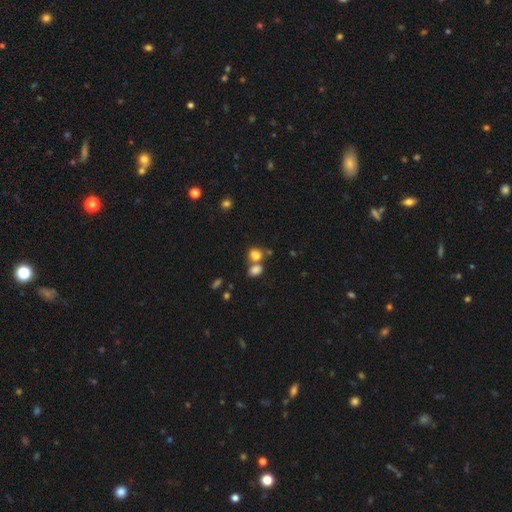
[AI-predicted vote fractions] This appears to be a smooth galaxy with no disk features (80%) that is in between round and cigar-shaped (57%). Merging: merger (50%).